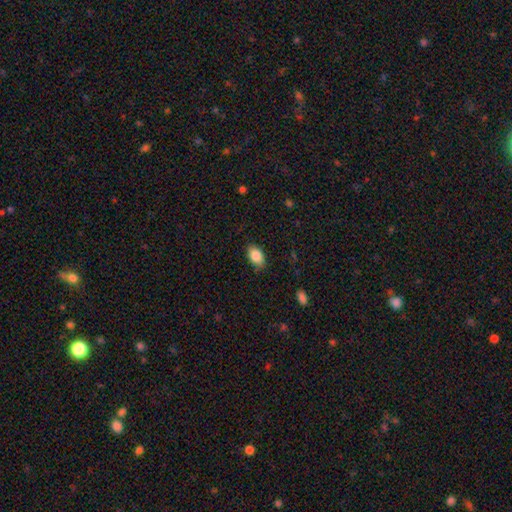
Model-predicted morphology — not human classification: Smooth or featured? Predicted: smooth (p=0.86). How rounded? Predicted: in between (p=0.89). Merging? Predicted: none (p=0.82).